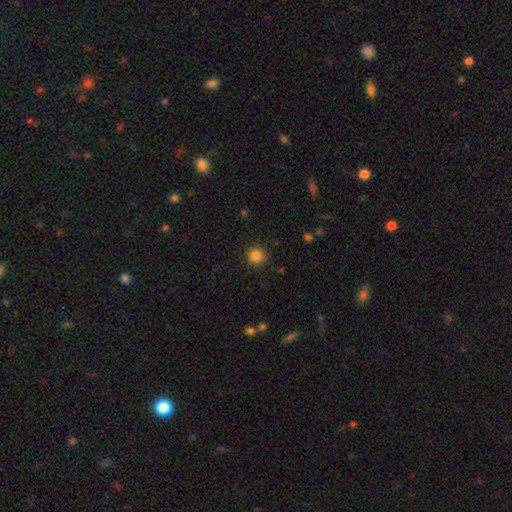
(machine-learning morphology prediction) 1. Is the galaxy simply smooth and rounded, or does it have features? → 85% smooth, 12% star or artifact, 3% featured or disk.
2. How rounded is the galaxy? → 93% round, 6% in between, 1% cigar-shaped.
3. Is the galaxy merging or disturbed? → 88% none, 8% minor disturbance, 2% major disturbance, 1% merger.